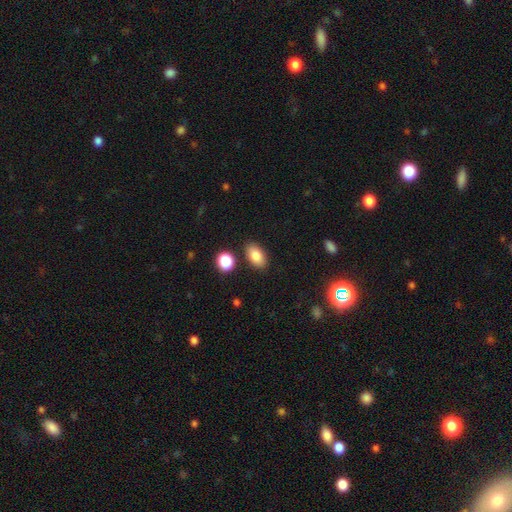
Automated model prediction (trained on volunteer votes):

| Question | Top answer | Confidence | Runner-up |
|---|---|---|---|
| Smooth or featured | smooth | 85% | star or artifact (8%) |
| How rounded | in between | 91% | round (7%) |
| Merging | none | 85% | minor disturbance (9%) |